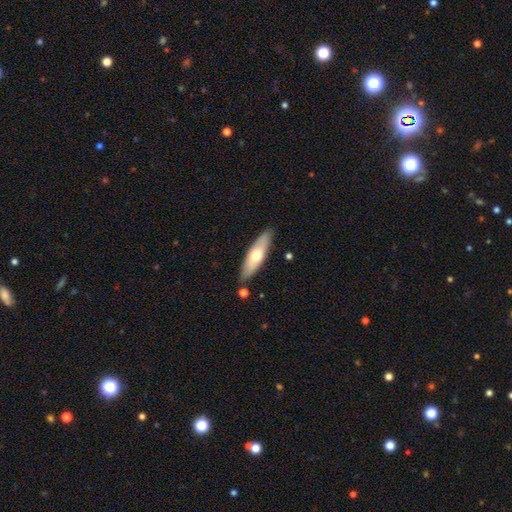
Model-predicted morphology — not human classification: Smooth or featured: smooth — 57% (featured or disk — 38%)
How rounded: cigar-shaped — 58% (in between — 40%)
Merging: none — 84% (minor disturbance — 11%)